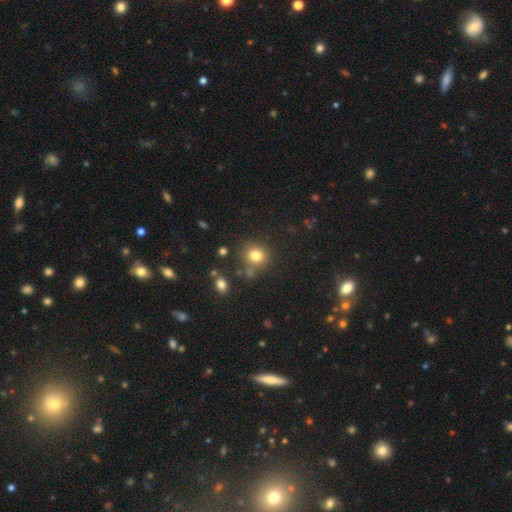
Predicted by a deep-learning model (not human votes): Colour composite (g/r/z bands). It shows a smooth galaxy with no disk features (79%) that is round (83%). Merging: none (76%).